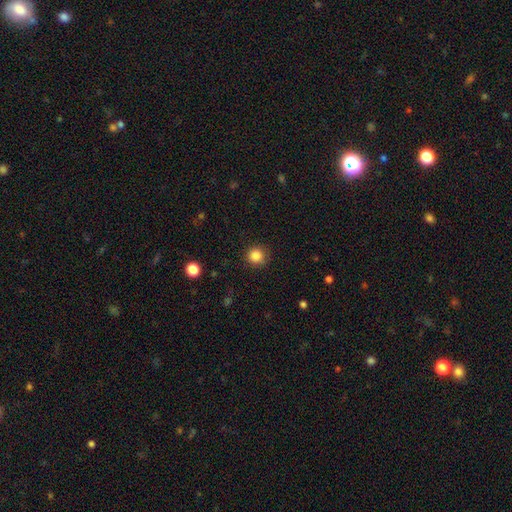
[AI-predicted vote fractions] A smooth galaxy with no disk features (85%) that is round (93%). Merging: none (89%).